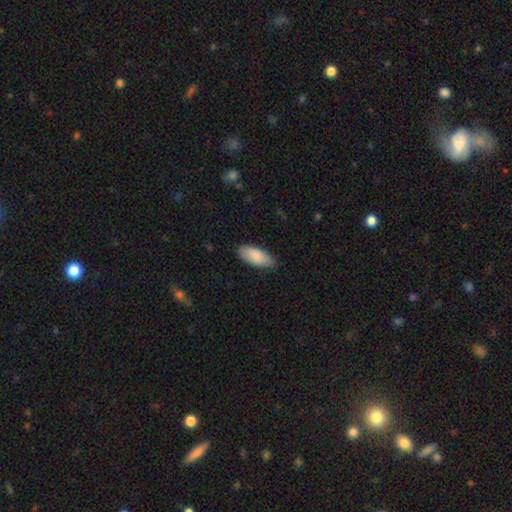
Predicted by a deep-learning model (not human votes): This appears to be a smooth galaxy with no disk features (87%) that is in between round and cigar-shaped (89%). Merging: none (84%).